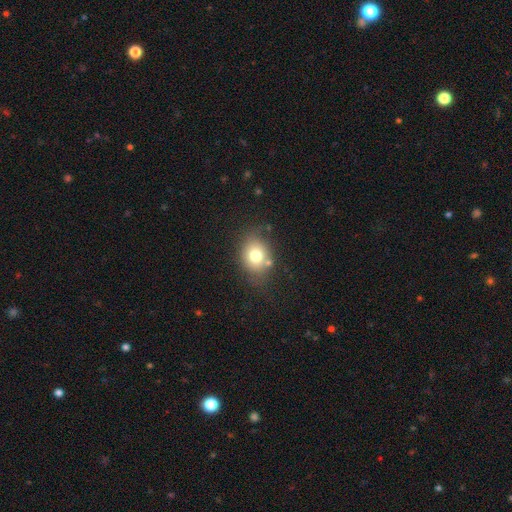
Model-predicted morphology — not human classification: Q: Smooth or featured?
A: smooth (74%); runner-up: featured or disk (15%)
Q: How rounded?
A: in between (50%); runner-up: round (49%)
Q: Merging?
A: none (69%); runner-up: minor disturbance (18%)